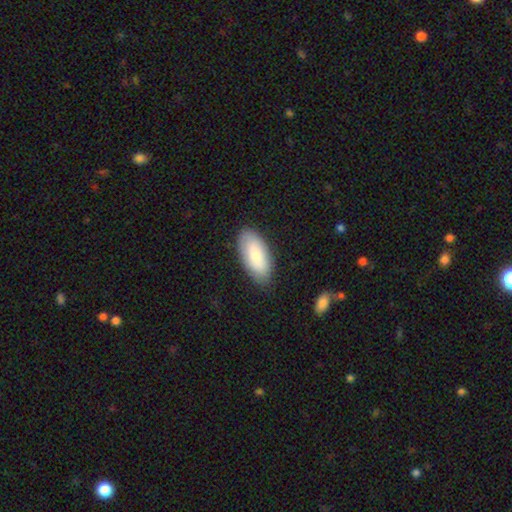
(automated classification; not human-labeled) smooth-or-featured: smooth: 74% | featured or disk: 20% | star or artifact: 6%
  how-rounded: in between: 92% | cigar-shaped: 6% | round: 2%
  merging: none: 83% | minor disturbance: 13% | major disturbance: 3% | merger: 1%